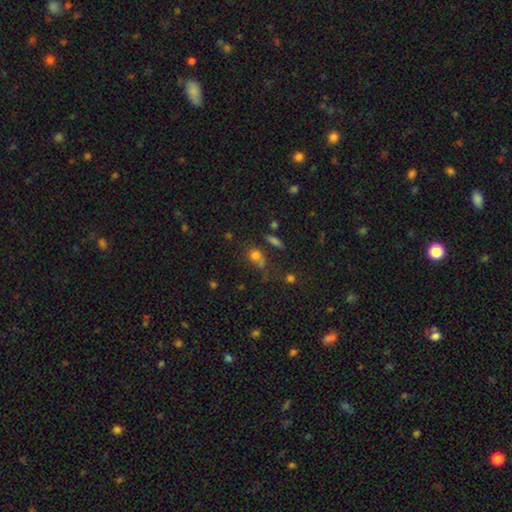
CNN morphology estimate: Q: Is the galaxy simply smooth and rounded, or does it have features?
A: smooth — 73%.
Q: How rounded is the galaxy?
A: round — 63%.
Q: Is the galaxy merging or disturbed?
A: none — 48%.